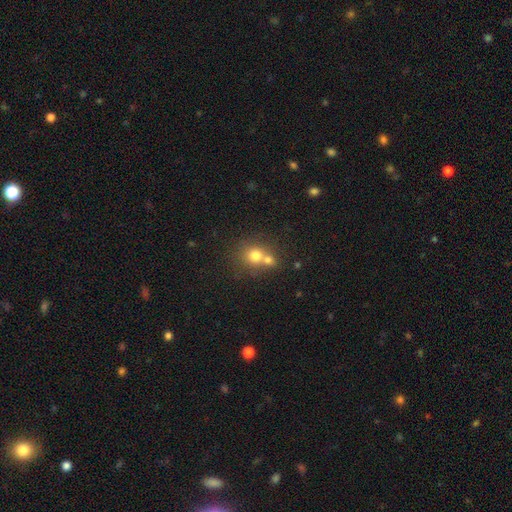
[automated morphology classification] The model was most divided on "merging": merger: 50%, none: 39%, minor disturbance: 7%, major disturbance: 3%. More confident: how rounded — round (82%); smooth or featured — smooth (74%).